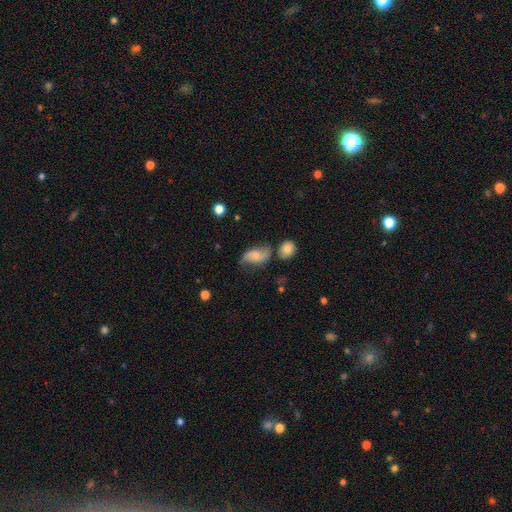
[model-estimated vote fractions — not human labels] Smooth or featured? Predicted: featured or disk (p=0.54). Edge-on disk? Predicted: no (p=0.95). Bar? Predicted: no (p=0.63). Spiral arms? Predicted: yes (p=0.87). Bulge size? Predicted: small (p=0.45). Merging? Predicted: none (p=0.49).